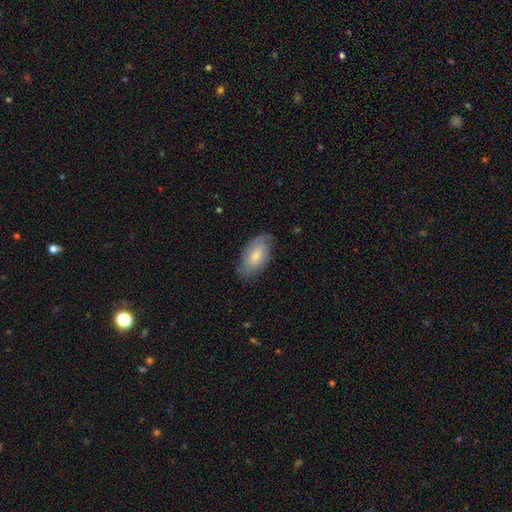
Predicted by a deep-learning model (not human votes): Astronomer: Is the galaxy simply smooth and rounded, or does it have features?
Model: smooth — 67%.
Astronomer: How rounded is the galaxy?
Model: in between — 93%.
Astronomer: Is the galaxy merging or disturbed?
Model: none — 75%.